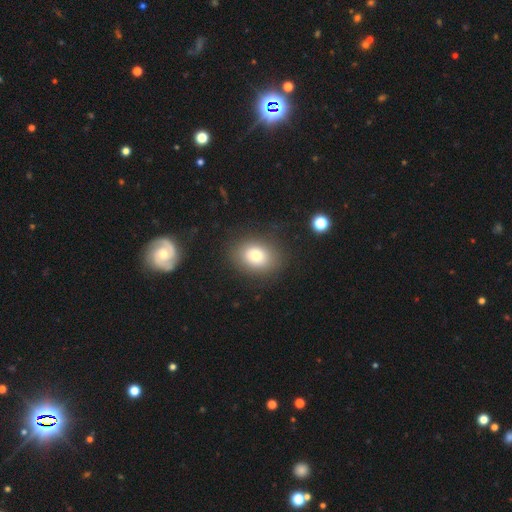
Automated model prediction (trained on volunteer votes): smooth 77%, featured or disk 13%, star or artifact 11%. Down the decision tree: how rounded — in between (60%); merging — none (83%).